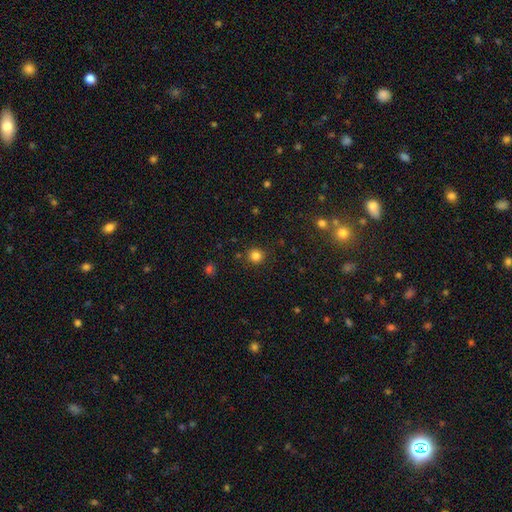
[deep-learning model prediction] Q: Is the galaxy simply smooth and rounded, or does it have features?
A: smooth — 82%.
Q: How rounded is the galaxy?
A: round — 93%.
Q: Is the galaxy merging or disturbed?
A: none — 89%.